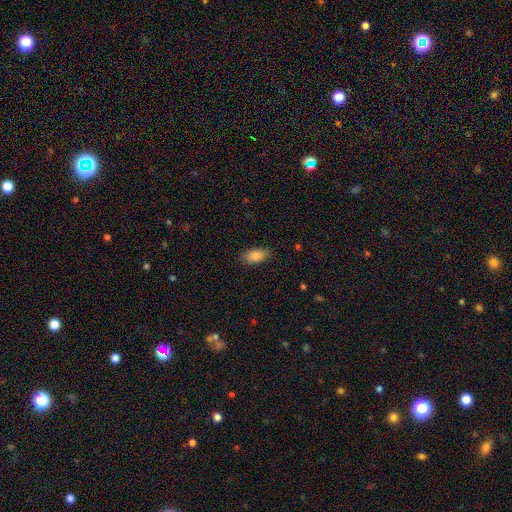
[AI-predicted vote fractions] smooth 85%, featured or disk 8%, star or artifact 7%. Down the decision tree: how rounded — in between (90%); merging — none (82%).